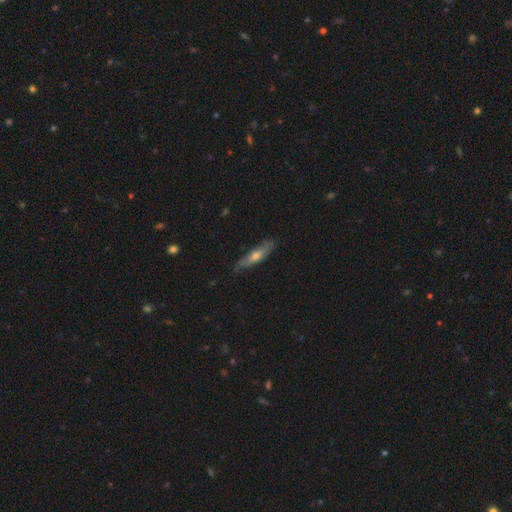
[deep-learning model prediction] Overall: featured or disk (49%; smooth 45%). Merging: none (81%).